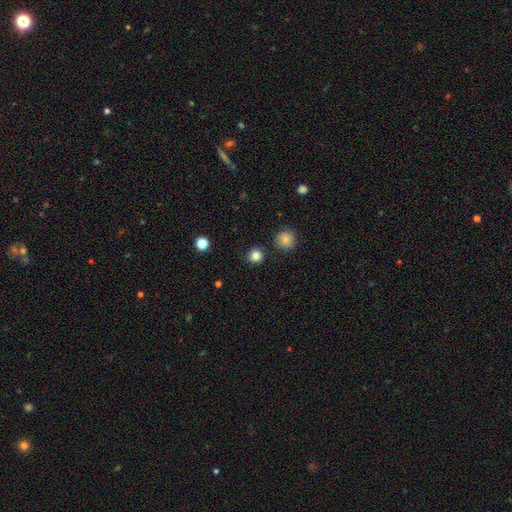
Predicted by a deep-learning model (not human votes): Smooth or featured? smooth (83%)
How rounded? round (90%)
Merging? none (85%)